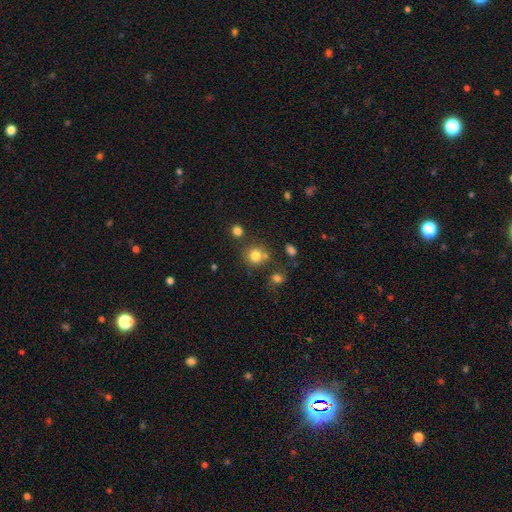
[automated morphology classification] type=smooth (79%); roundness=round (87%); merging=none (69%).